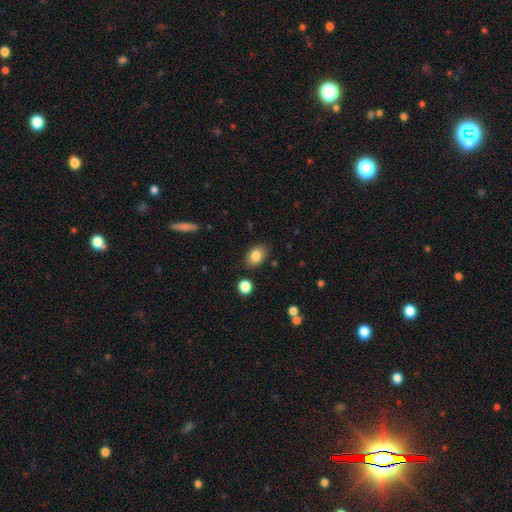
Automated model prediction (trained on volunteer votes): Morphology: type=smooth (84%); roundness=in between (80%); merging=none (83%).